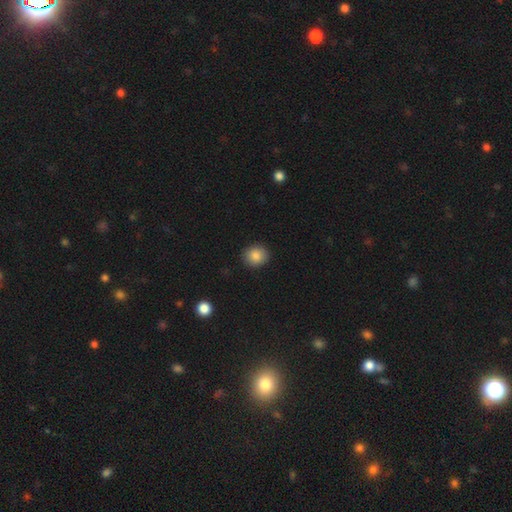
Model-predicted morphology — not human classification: Smooth or featured: smooth — 86% (star or artifact — 9%)
How rounded: round — 77% (in between — 22%)
Merging: none — 90% (minor disturbance — 7%)